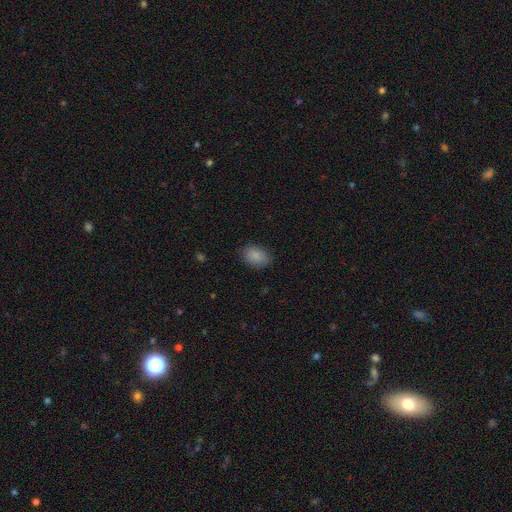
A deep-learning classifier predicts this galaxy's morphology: smooth 87%, star or artifact 8%, featured or disk 5%. Down the decision tree: how rounded — in between (85%); merging — none (83%).